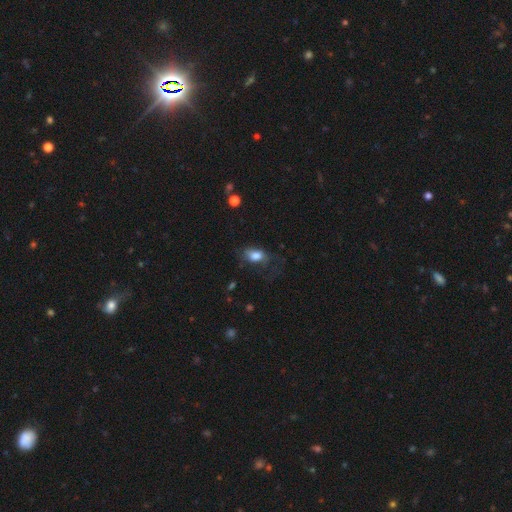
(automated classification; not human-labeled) smooth 74%, featured or disk 17%, star or artifact 9%. Down the decision tree: how rounded — in between (84%); merging — none (43%).